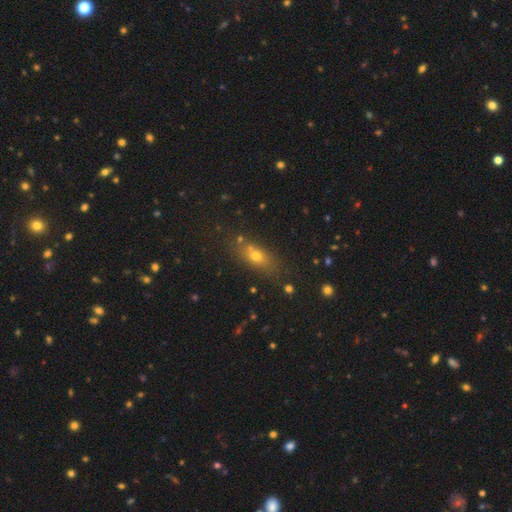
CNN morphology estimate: A smooth galaxy with no disk features (66%) that is in between round and cigar-shaped (65%).

Vote fractions:
- Smooth or featured? smooth: 66% / featured or disk: 17% / star or artifact: 17%
- How rounded? in between: 65% / cigar-shaped: 19% / round: 16%
- Merging? none: 71% / minor disturbance: 15% / merger: 9% / major disturbance: 6%